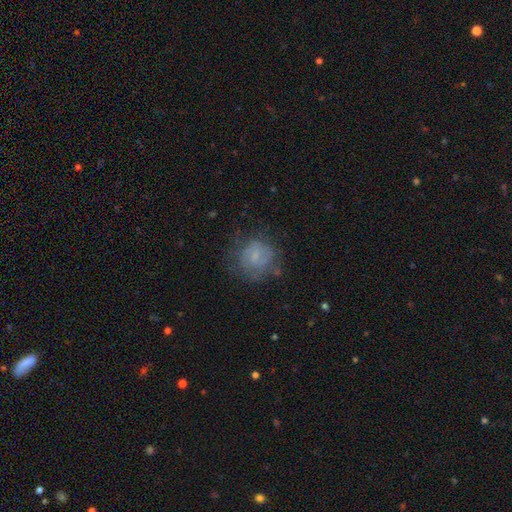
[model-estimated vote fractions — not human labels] smooth-or-featured: smooth: 51% | featured or disk: 38% | star or artifact: 11%
  how-rounded: round: 80% | in between: 19% | cigar-shaped: 1%
  merging: none: 59% | minor disturbance: 22% | major disturbance: 16% | merger: 2%